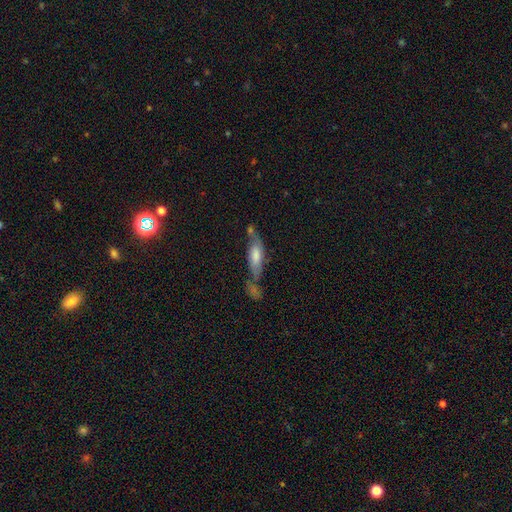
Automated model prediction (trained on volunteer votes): Overall: smooth (59%; featured or disk 34%). How rounded: in between (50%; cigar-shaped 47%). Merging: none (40%; merger 29%).